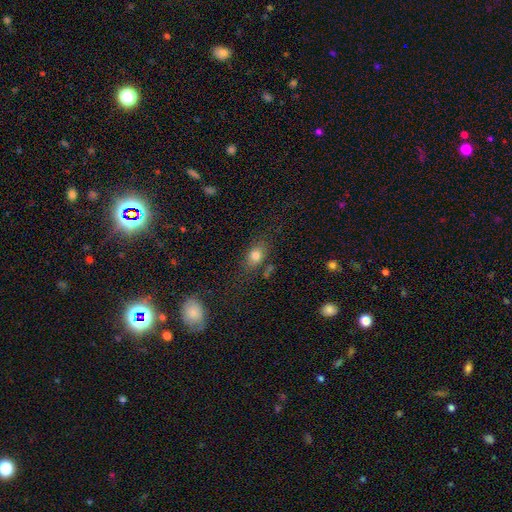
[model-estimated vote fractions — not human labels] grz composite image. It shows a smooth galaxy with no disk features (77%) that is in between round and cigar-shaped (68%). Merging: none (70%).